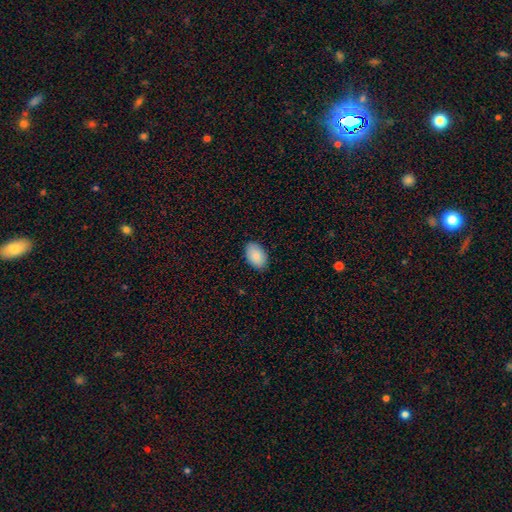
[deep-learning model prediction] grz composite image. It shows a smooth galaxy with no disk features (88%) that is in between round and cigar-shaped (92%). Merging: none (86%).